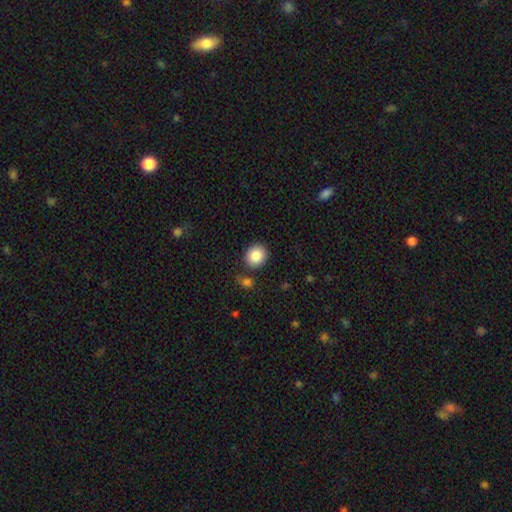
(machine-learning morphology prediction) Smooth or featured?
  - smooth: 86% *
  - star or artifact: 8%
  - featured or disk: 6%
How rounded?
  - round: 78% *
  - in between: 21%
  - cigar-shaped: 1%
Merging?
  - none: 82% *
  - minor disturbance: 10%
  - merger: 5%
  - major disturbance: 3%